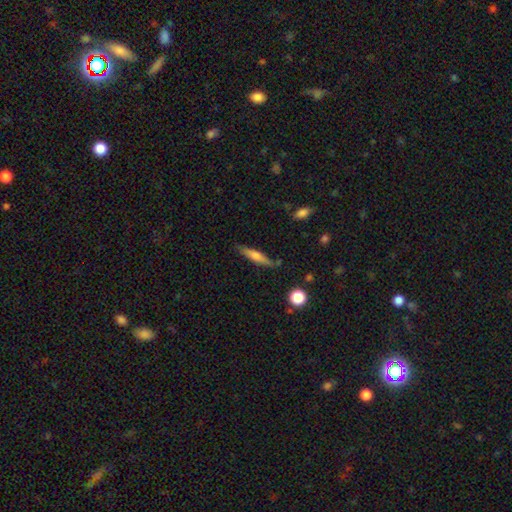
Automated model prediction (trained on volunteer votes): Smooth or featured: smooth — 53% (featured or disk — 41%)
How rounded: cigar-shaped — 87% (in between — 11%)
Merging: none — 79% (minor disturbance — 15%)